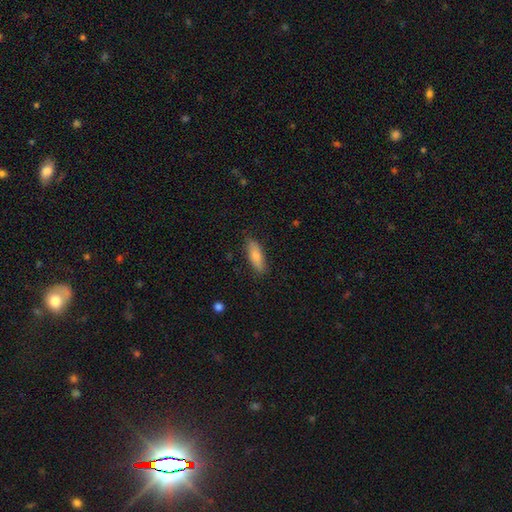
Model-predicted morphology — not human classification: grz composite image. It shows a smooth galaxy with no disk features (73%) that is in between round and cigar-shaped (52%). Merging: none (86%).